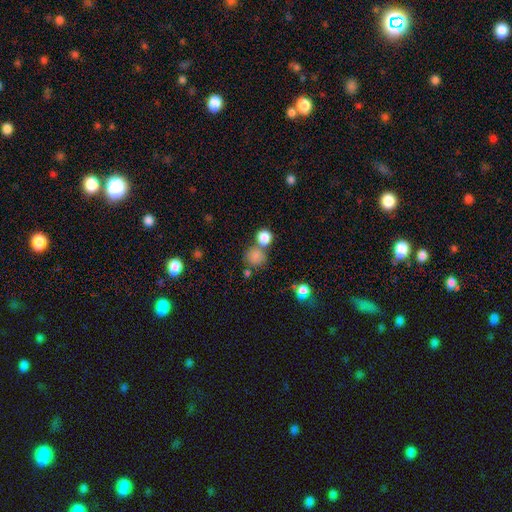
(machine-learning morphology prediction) A smooth galaxy with no disk features (81%) that is round (84%).

Vote fractions:
- Smooth or featured? smooth: 81% / star or artifact: 13% / featured or disk: 7%
- How rounded? round: 84% / in between: 15% / cigar-shaped: 1%
- Merging? none: 53% / merger: 32% / minor disturbance: 10% / major disturbance: 5%